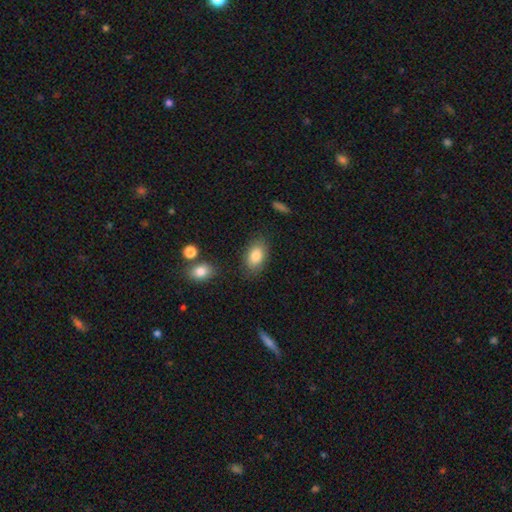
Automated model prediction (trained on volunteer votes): Morphology: type=smooth (84%); roundness=in between (90%); merging=none (81%).